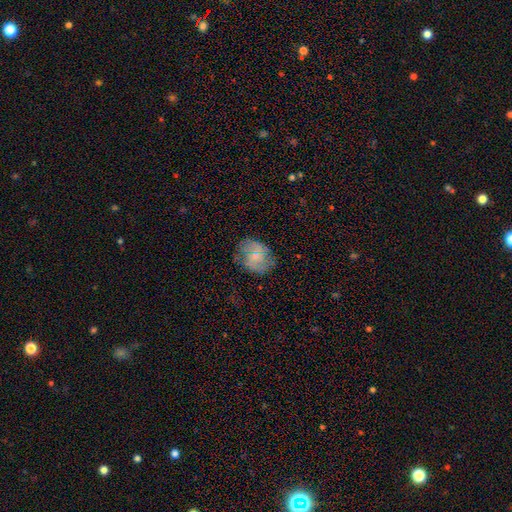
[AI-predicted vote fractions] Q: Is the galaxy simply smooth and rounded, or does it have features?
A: smooth — 52%.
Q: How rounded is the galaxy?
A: round — 50%.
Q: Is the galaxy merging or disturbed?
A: none — 65%.